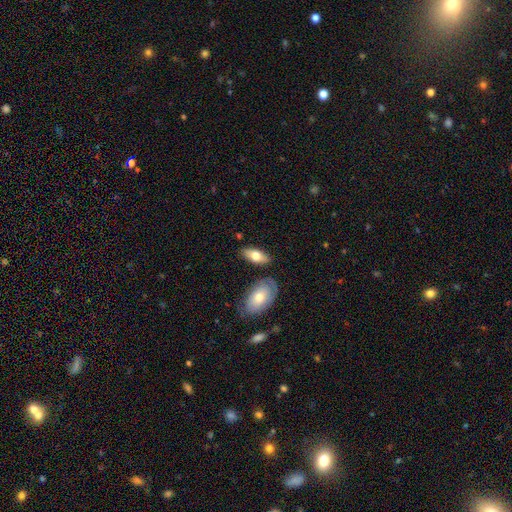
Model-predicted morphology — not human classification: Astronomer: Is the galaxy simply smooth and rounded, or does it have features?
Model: smooth — 66%.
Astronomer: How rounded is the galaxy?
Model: in between — 85%.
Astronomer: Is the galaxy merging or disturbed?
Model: none — 76%.